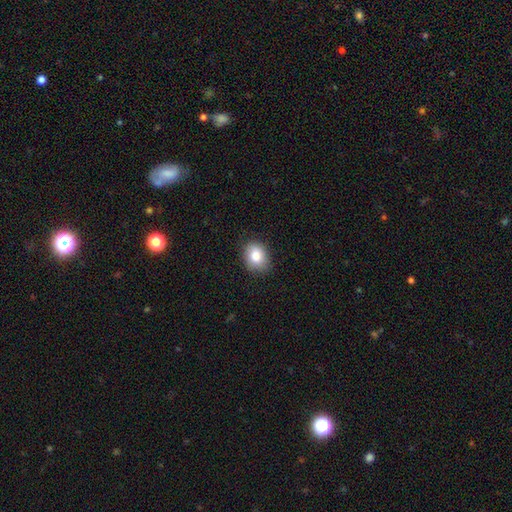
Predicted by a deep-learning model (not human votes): Smooth or featured? Predicted: smooth (p=0.85). How rounded? Predicted: in between (p=0.61). Merging? Predicted: none (p=0.81).